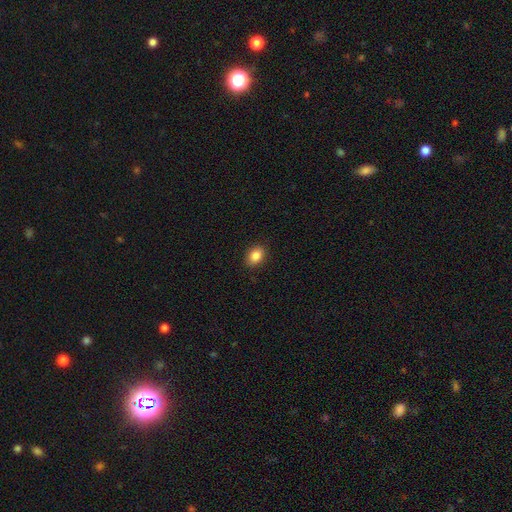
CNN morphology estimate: Overall: smooth (85%). How rounded: in between (68%; round 31%). Merging: none (90%).